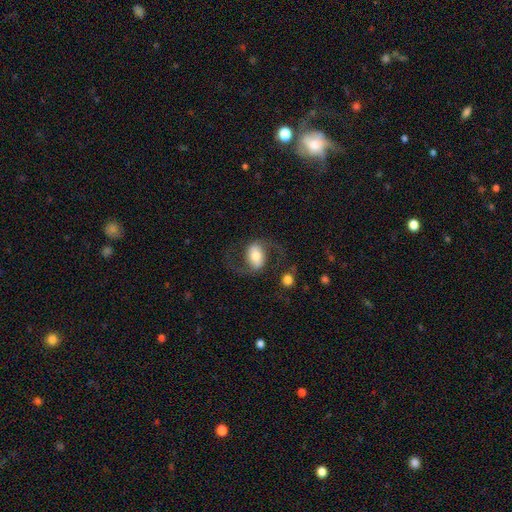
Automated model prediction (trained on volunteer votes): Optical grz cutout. It shows a featured or disk galaxy (67%) with a weak bar (35%), 2 (92%) loose (58%) spiral arms (89%) and a moderate central bulge (58%). Merging: none (64%).